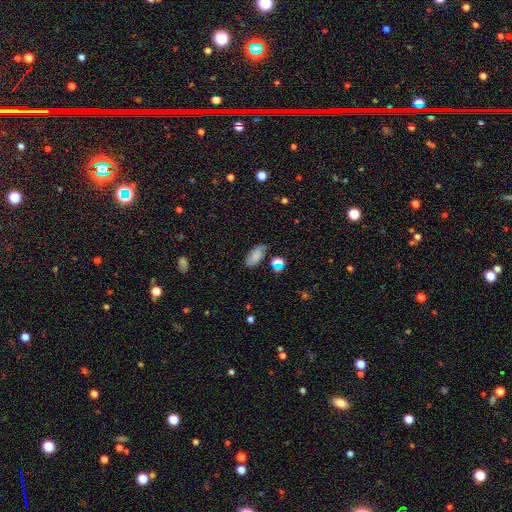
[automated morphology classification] Smooth or featured: smooth — 77% (featured or disk — 12%)
How rounded: in between — 91% (cigar-shaped — 5%)
Merging: none — 75% (minor disturbance — 16%)